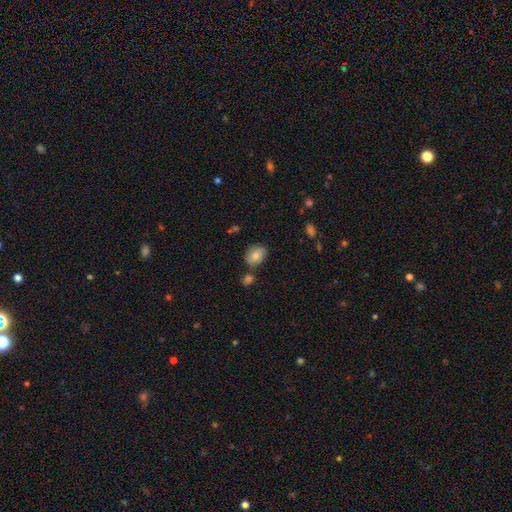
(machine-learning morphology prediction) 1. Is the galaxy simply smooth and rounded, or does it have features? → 74% smooth, 17% featured or disk, 9% star or artifact.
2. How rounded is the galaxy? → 56% in between, 43% round, 1% cigar-shaped.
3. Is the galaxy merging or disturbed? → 65% none, 20% minor disturbance, 11% merger, 5% major disturbance.